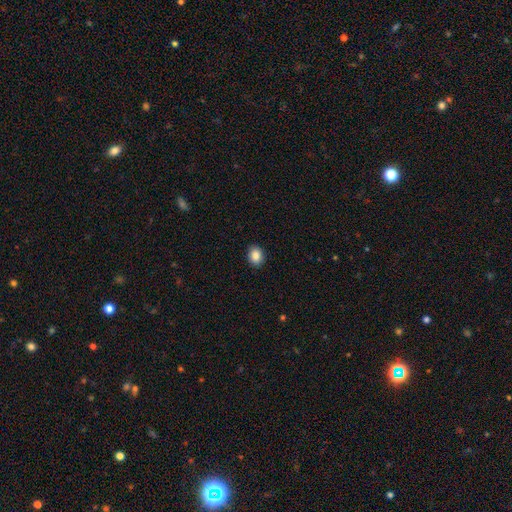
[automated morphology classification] This appears to be a smooth galaxy with no disk features (87%) that is in between round and cigar-shaped (59%). Merging: none (90%).